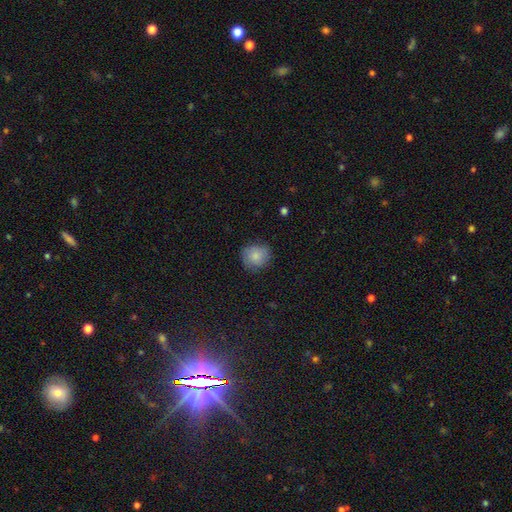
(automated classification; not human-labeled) Q: Smooth or featured?
A: smooth (82%); runner-up: featured or disk (11%)
Q: How rounded?
A: round (87%); runner-up: in between (12%)
Q: Merging?
A: none (78%); runner-up: minor disturbance (17%)